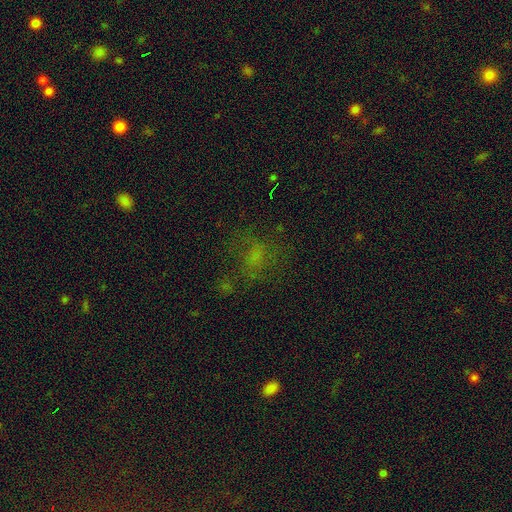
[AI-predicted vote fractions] Smooth or featured? smooth (47%)
Merging? none (55%)